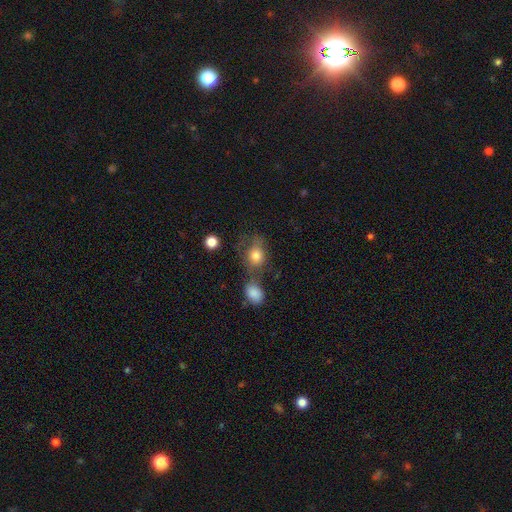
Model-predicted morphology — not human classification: A smooth galaxy with no disk features (77%) that is in between round and cigar-shaped (50%). Merging: none (41%).